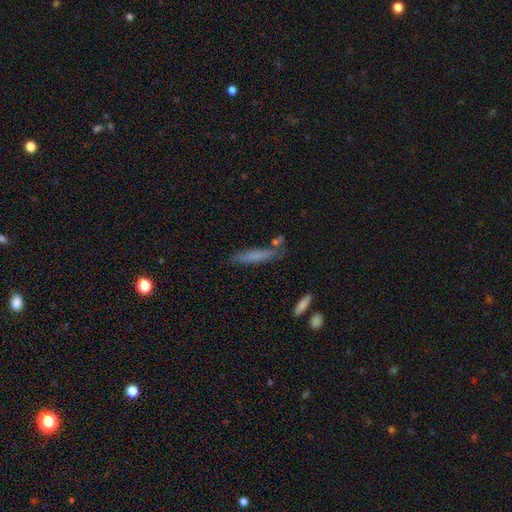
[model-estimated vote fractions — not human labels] This is likely a smooth galaxy (70%). How rounded: clearly cigar-shaped (85%). Merging: likely none (74%).